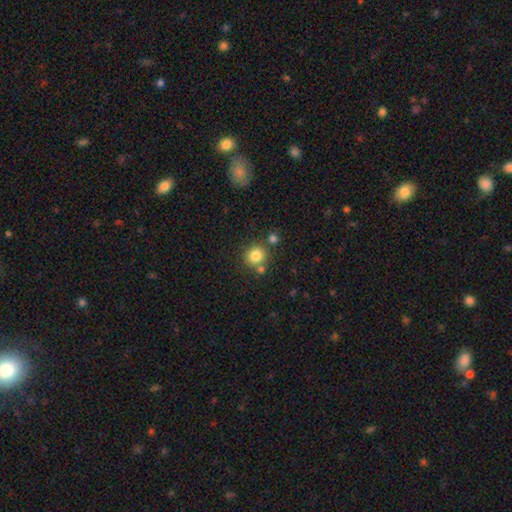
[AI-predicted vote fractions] A smooth galaxy with no disk features (82%) that is round (85%).

Vote fractions:
- Smooth or featured? smooth: 82% / star or artifact: 11% / featured or disk: 7%
- How rounded? round: 85% / in between: 14% / cigar-shaped: 1%
- Merging? none: 71% / merger: 16% / minor disturbance: 10% / major disturbance: 3%